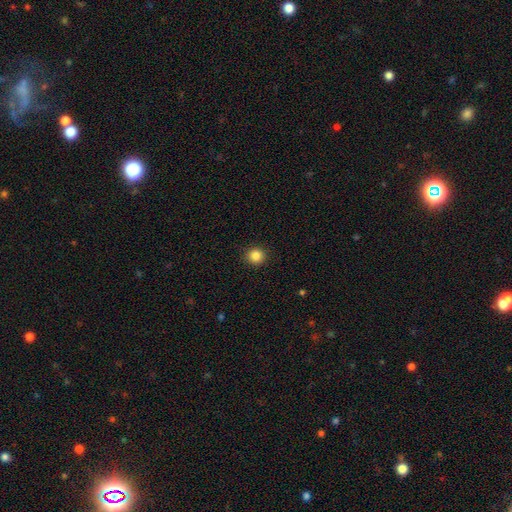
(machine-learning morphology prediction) smooth_or_featured: smooth (p=0.86) [alt: star or artifact p=0.11]
how_rounded: round (p=0.91) [alt: in between p=0.08]
merging: none (p=0.92) [alt: minor disturbance p=0.05]